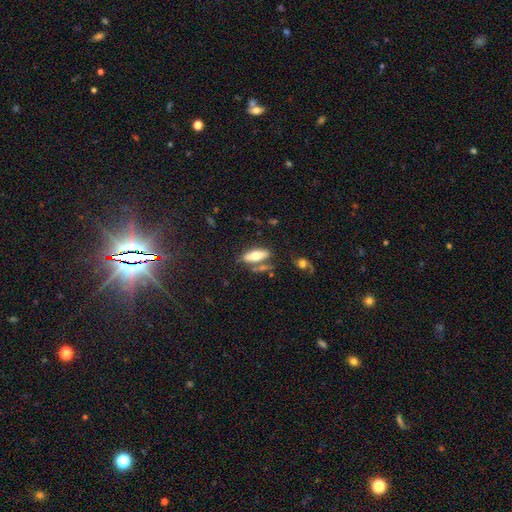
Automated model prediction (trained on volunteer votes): smooth-or-featured: smooth: 67% | featured or disk: 26% | star or artifact: 7%
  how-rounded: in between: 68% | cigar-shaped: 30% | round: 3%
  merging: none: 66% | minor disturbance: 15% | merger: 13% | major disturbance: 5%